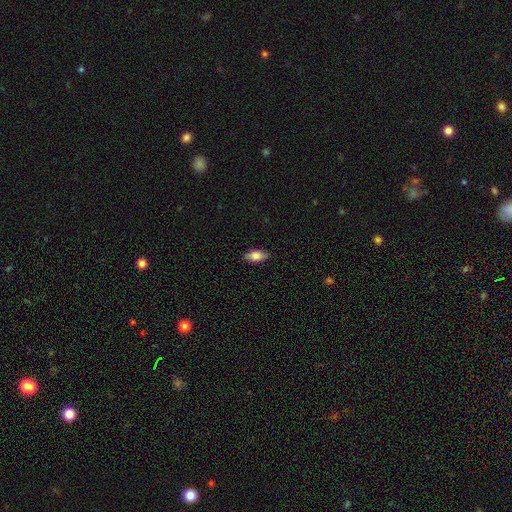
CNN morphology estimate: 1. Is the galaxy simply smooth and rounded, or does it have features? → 79% smooth, 15% featured or disk, 7% star or artifact.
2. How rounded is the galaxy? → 87% in between, 10% cigar-shaped, 3% round.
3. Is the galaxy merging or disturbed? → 87% none, 10% minor disturbance, 2% major disturbance, 1% merger.